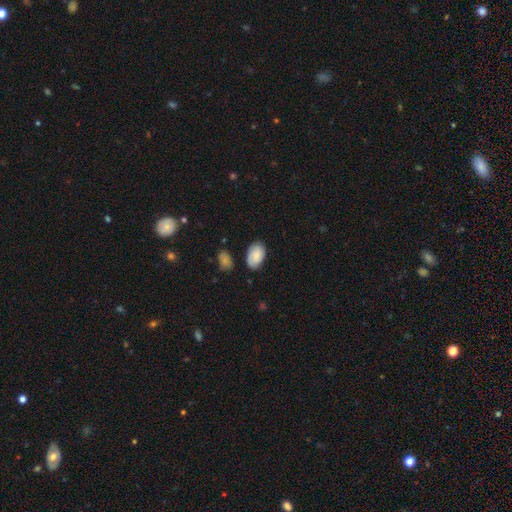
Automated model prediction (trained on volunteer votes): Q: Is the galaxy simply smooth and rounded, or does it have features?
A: smooth — 76%.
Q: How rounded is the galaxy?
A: in between — 90%.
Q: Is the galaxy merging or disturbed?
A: none — 71%.